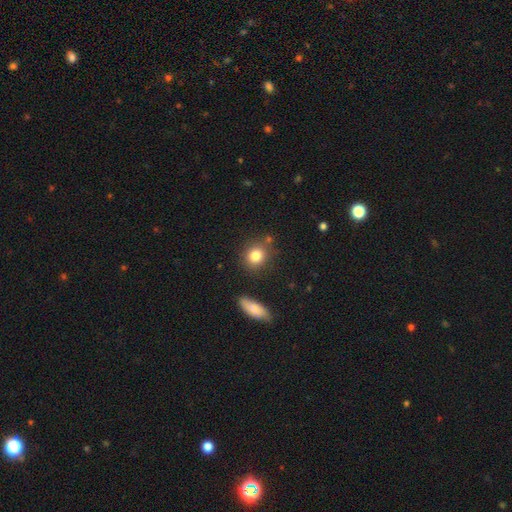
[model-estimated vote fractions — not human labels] Smooth or featured? Predicted: smooth (p=0.83). How rounded? Predicted: round (p=0.76). Merging? Predicted: none (p=0.79).